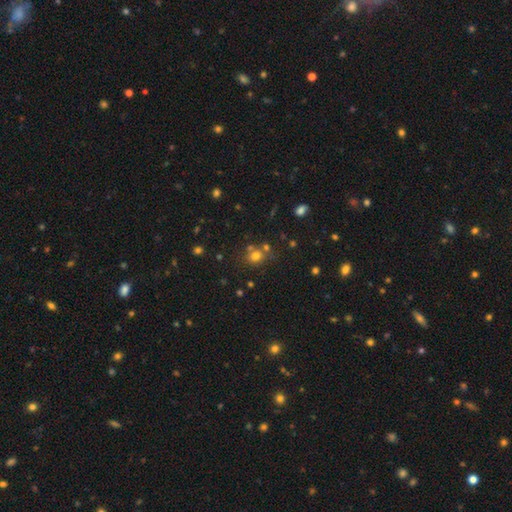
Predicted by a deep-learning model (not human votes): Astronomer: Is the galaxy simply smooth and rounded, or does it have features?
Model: smooth — 71%.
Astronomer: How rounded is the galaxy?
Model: round — 75%.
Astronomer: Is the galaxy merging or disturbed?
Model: none — 62%.